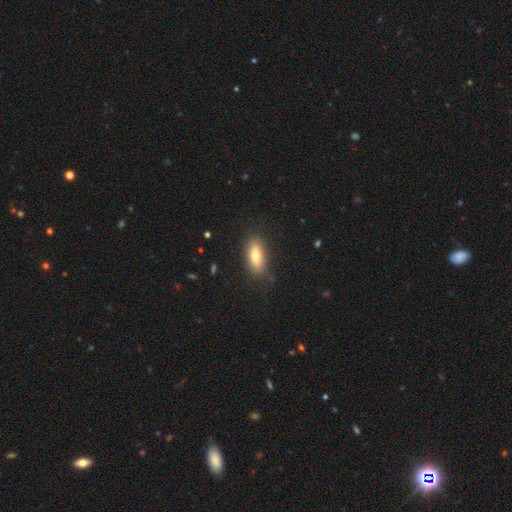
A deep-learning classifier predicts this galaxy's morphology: A smooth galaxy with no disk features (73%) that is in between round and cigar-shaped (79%). Merging: none (81%).